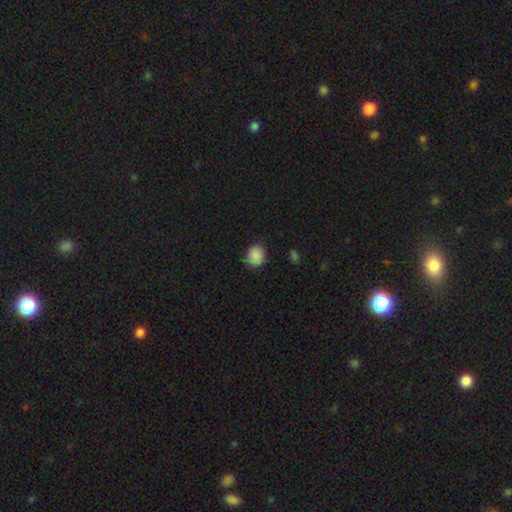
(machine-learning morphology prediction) Smooth or featured?
  - smooth: 88% *
  - star or artifact: 8%
  - featured or disk: 4%
How rounded?
  - round: 74% *
  - in between: 25%
  - cigar-shaped: 1%
Merging?
  - none: 79% *
  - minor disturbance: 17%
  - major disturbance: 3%
  - merger: 1%